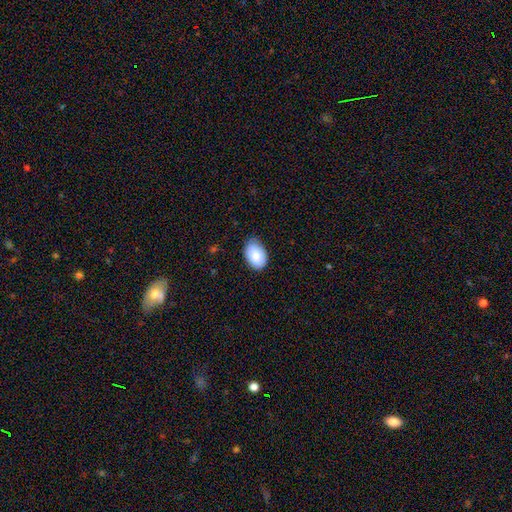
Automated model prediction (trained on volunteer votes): Smooth or featured? Predicted: smooth (p=0.87). How rounded? Predicted: in between (p=0.90). Merging? Predicted: none (p=0.75).